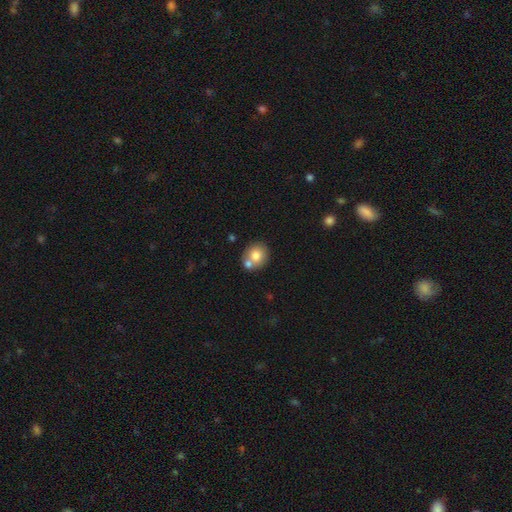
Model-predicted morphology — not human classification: smooth_or_featured: smooth (p=0.76) [alt: featured or disk p=0.15]
how_rounded: round (p=0.83) [alt: in between p=0.16]
merging: none (p=0.56) [alt: merger p=0.32]